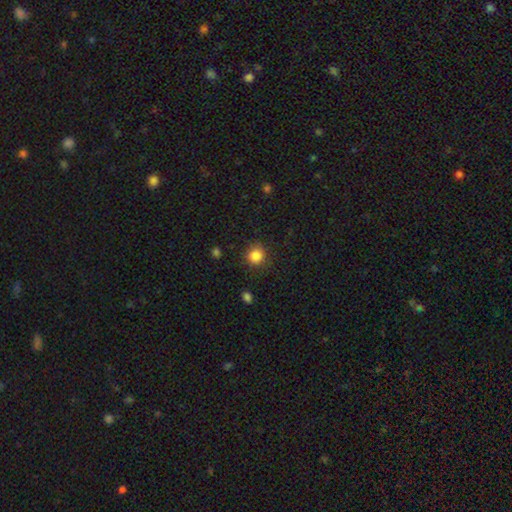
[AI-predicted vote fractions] Q: Smooth or featured?
A: smooth (85%); runner-up: star or artifact (11%)
Q: How rounded?
A: round (88%); runner-up: in between (11%)
Q: Merging?
A: none (85%); runner-up: minor disturbance (10%)